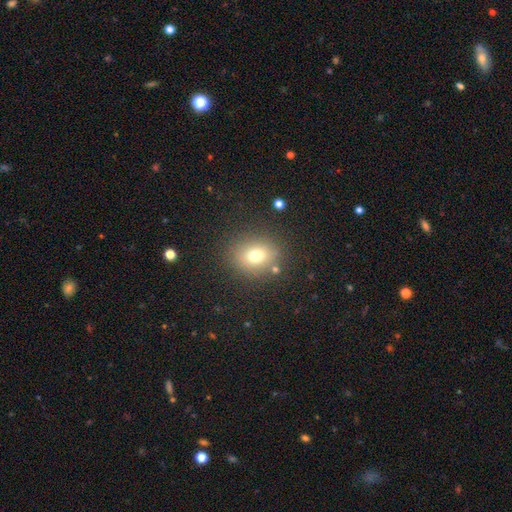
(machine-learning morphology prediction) Smooth or featured? Predicted: smooth (p=0.71). How rounded? Predicted: round (p=0.68). Merging? Predicted: none (p=0.82).